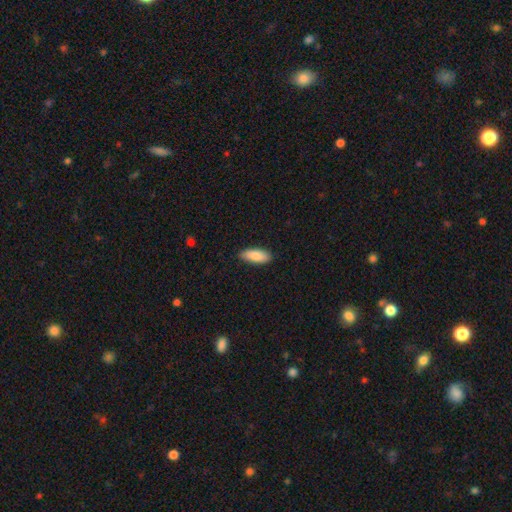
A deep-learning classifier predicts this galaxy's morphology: Q: Smooth or featured?
A: smooth (88%); runner-up: featured or disk (6%)
Q: How rounded?
A: in between (73%); runner-up: cigar-shaped (26%)
Q: Merging?
A: none (89%); runner-up: minor disturbance (8%)